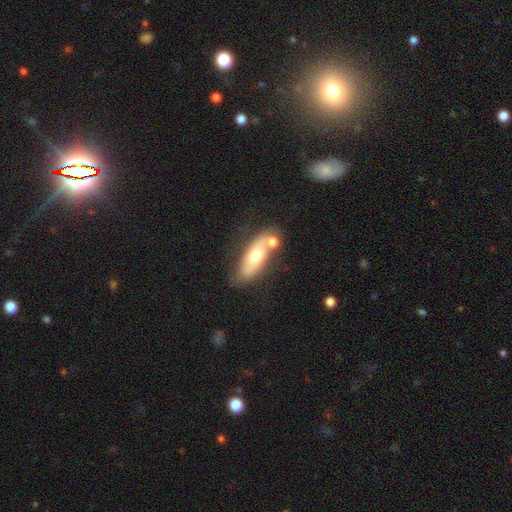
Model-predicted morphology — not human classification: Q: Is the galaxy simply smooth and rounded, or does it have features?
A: featured or disk — 47%.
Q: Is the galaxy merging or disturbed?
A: none — 55%.